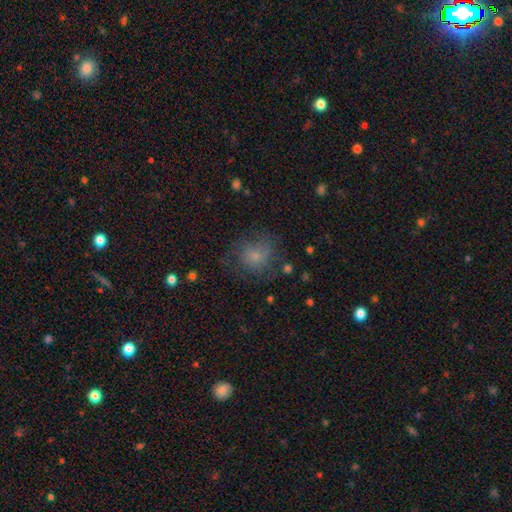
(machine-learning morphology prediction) A smooth galaxy with no disk features (61%) that is round (73%).

Vote fractions:
- Smooth or featured? smooth: 61% / featured or disk: 25% / star or artifact: 14%
- How rounded? round: 73% / in between: 26% / cigar-shaped: 1%
- Merging? none: 58% / minor disturbance: 22% / major disturbance: 18% / merger: 2%